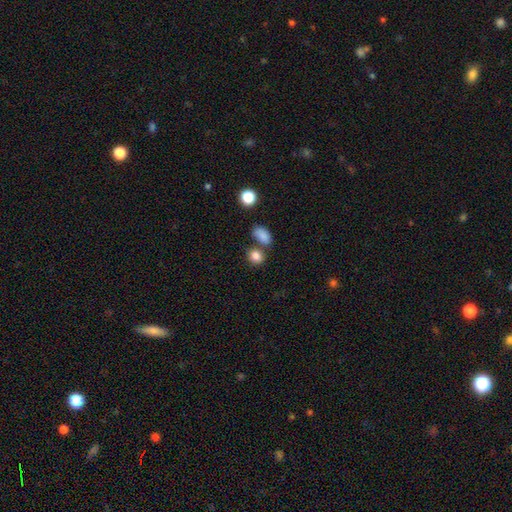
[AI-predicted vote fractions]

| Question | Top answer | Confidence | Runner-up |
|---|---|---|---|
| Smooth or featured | smooth | 84% | star or artifact (10%) |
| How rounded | in between | 51% | round (48%) |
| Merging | none | 60% | merger (24%) |